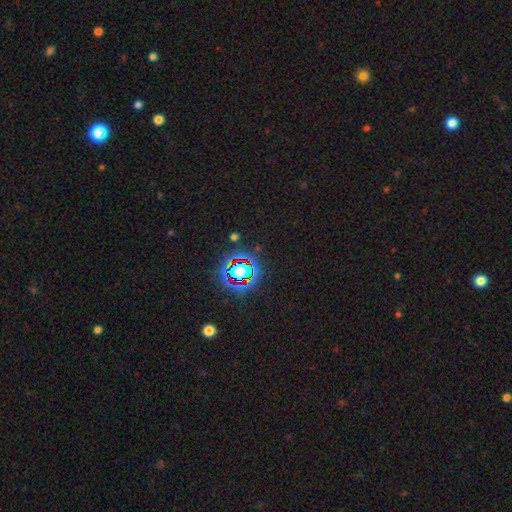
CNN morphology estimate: A star or artifact, not a galaxy (82%).

Vote fractions:
- Smooth or featured? star or artifact: 82% / smooth: 10% / featured or disk: 7%